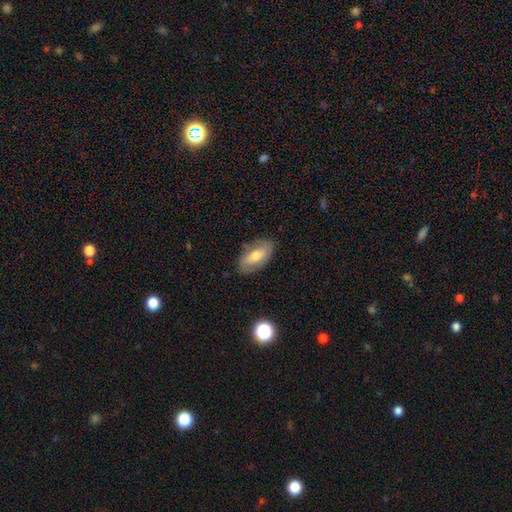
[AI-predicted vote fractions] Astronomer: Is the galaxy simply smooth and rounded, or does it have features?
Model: smooth — 53% (runner-up: featured or disk, 40%).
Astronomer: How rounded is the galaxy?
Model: in between — 91%.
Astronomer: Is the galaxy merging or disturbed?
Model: none — 79%.